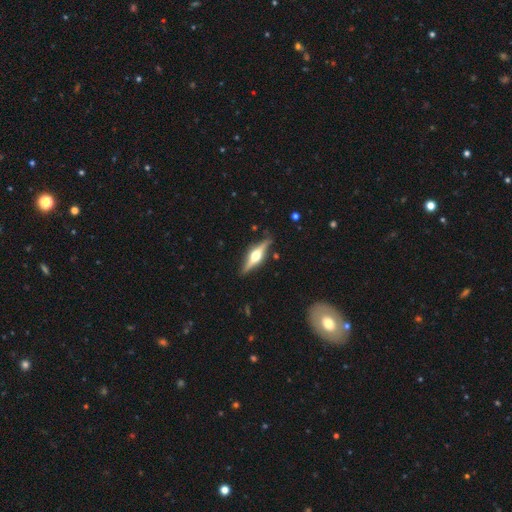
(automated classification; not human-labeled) Q: Smooth or featured?
A: featured or disk (76%); runner-up: smooth (18%)
Q: Edge-on disk?
A: yes (97%); runner-up: no (3%)
Q: Edge-on bulge?
A: rounded (95%); runner-up: boxy (4%)
Q: Merging?
A: none (87%); runner-up: minor disturbance (9%)